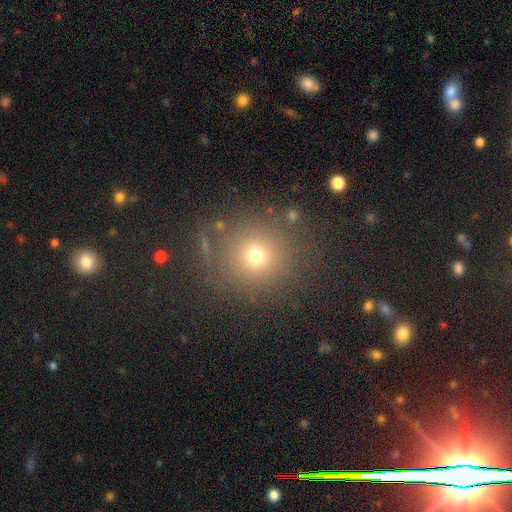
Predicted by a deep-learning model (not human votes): smooth 69%, star or artifact 21%, featured or disk 10%. Down the decision tree: how rounded — round (93%); merging — none (83%).